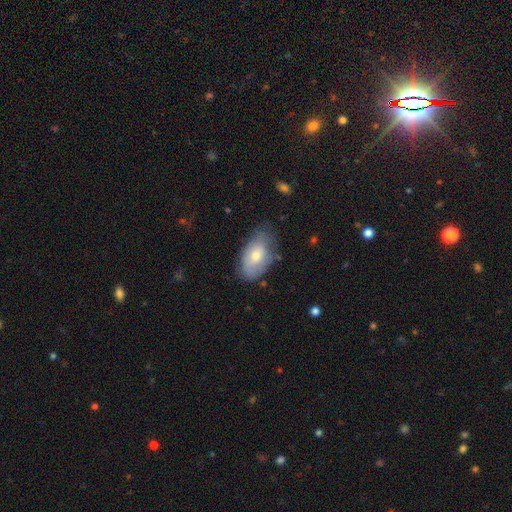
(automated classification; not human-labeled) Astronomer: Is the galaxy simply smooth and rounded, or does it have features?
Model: smooth — 61%.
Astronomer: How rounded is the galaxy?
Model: in between — 93%.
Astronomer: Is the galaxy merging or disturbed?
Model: none — 61%.